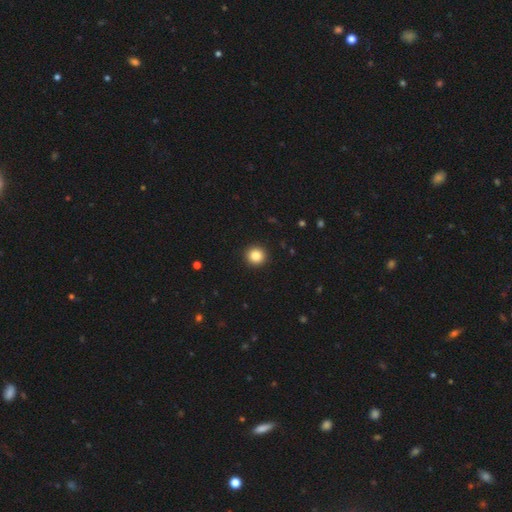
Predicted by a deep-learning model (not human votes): This is clearly a smooth galaxy (86%). How rounded: clearly round (95%). Merging: clearly none (93%).